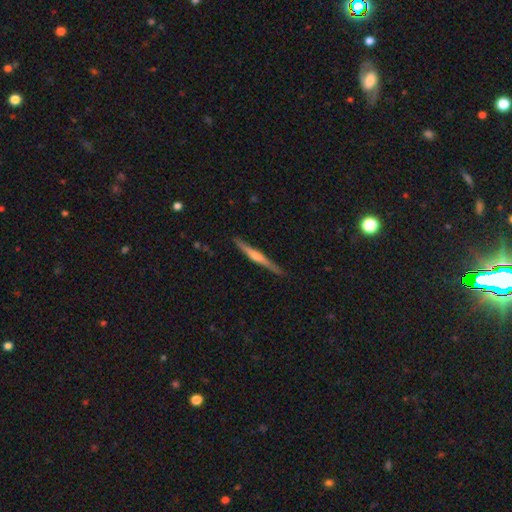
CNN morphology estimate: A featured or disk galaxy (74%) viewed edge-on (98%) with a rounded central bulge (66%).

Vote fractions:
- Smooth or featured? featured or disk: 74% / smooth: 20% / star or artifact: 6%
- Edge-on disk? yes: 98% / no: 2%
- Edge-on bulge? rounded: 66% / none: 19% / boxy: 16%
- Merging? none: 90% / minor disturbance: 8% / major disturbance: 1% / merger: 1%